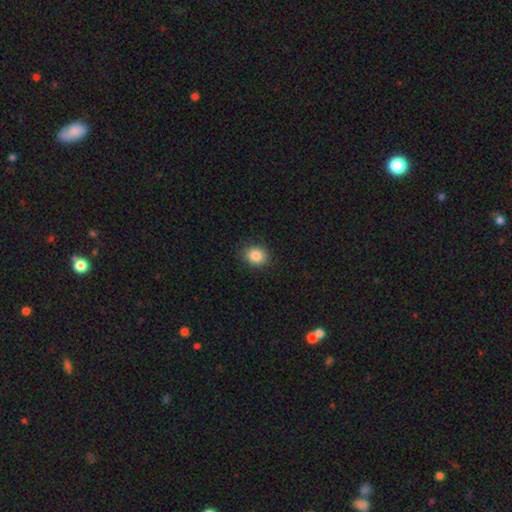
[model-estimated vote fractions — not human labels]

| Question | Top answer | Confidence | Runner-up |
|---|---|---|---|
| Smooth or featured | smooth | 86% | star or artifact (9%) |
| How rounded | round | 59% | in between (40%) |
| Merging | none | 88% | minor disturbance (9%) |